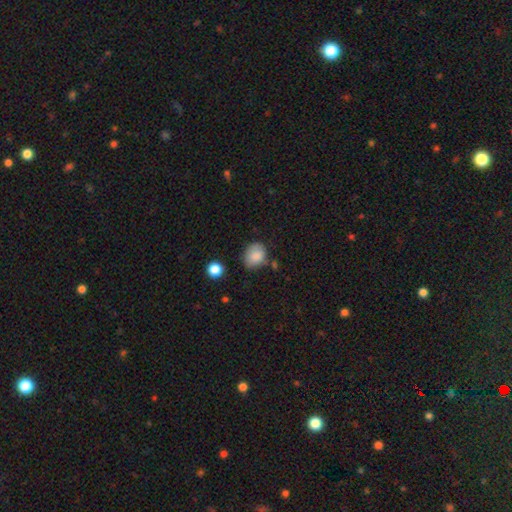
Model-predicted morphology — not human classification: smooth_or_featured: smooth (p=0.86) [alt: star or artifact p=0.08]
how_rounded: round (p=0.53) [alt: in between p=0.46]
merging: none (p=0.66) [alt: minor disturbance p=0.23]